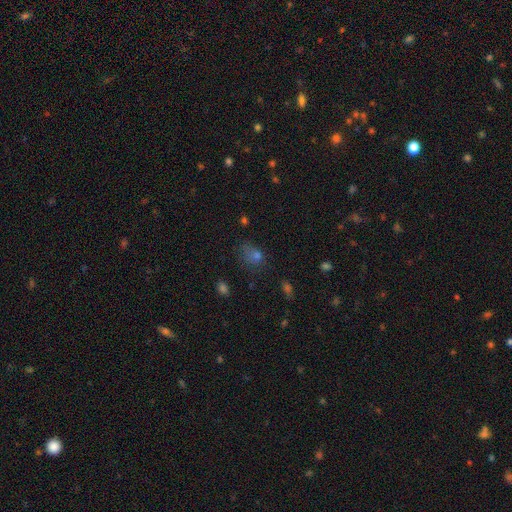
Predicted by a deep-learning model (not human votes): Smooth or featured? Predicted: smooth (p=0.62). How rounded? Predicted: in between (p=0.56). Merging? Predicted: none (p=0.44).